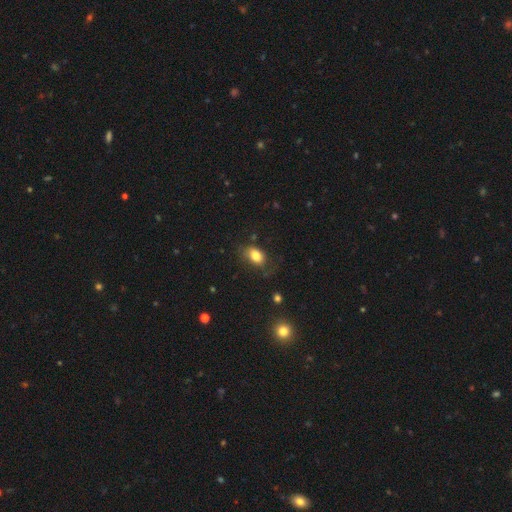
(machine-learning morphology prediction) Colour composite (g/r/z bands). It shows a smooth galaxy with no disk features (81%) that is in between round and cigar-shaped (81%). Merging: none (67%).